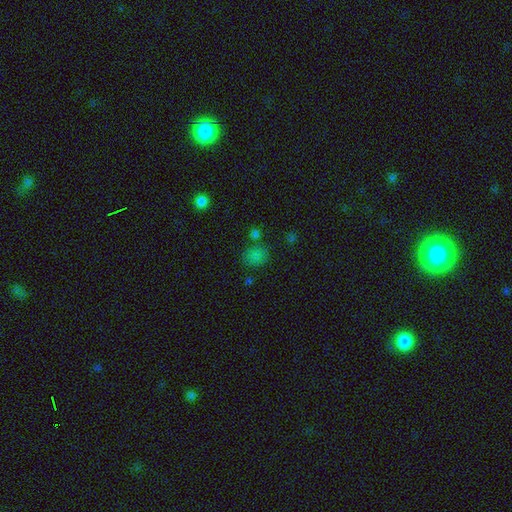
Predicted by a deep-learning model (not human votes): A smooth galaxy with no disk features (76%) that is round (62%). Merging: none (69%).